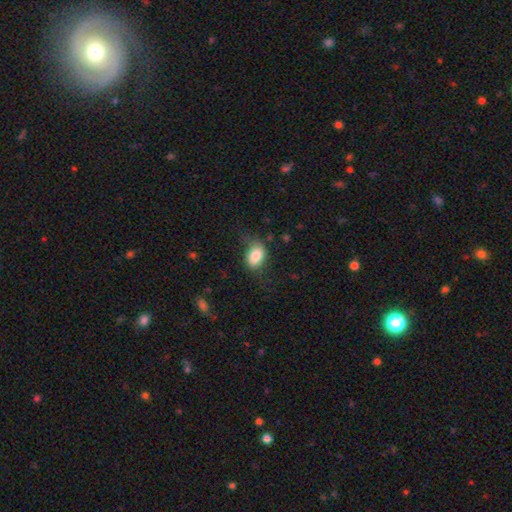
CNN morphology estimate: smooth 80%, featured or disk 13%, star or artifact 8%. Down the decision tree: how rounded — in between (81%); merging — none (61%).